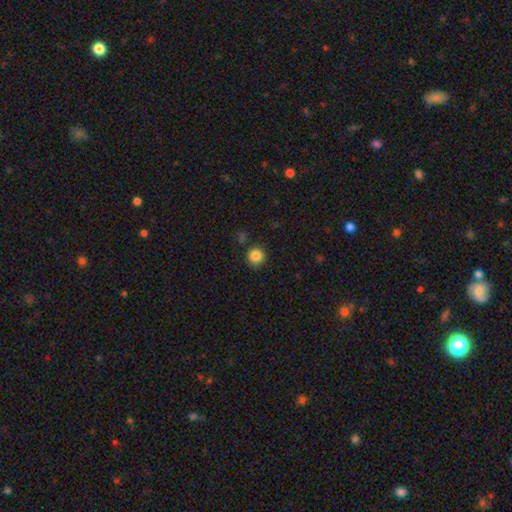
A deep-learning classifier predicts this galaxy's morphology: A smooth galaxy with no disk features (85%) that is round (94%).

Vote fractions:
- Smooth or featured? smooth: 85% / star or artifact: 11% / featured or disk: 4%
- How rounded? round: 94% / in between: 5% / cigar-shaped: 1%
- Merging? none: 88% / minor disturbance: 7% / merger: 3% / major disturbance: 2%